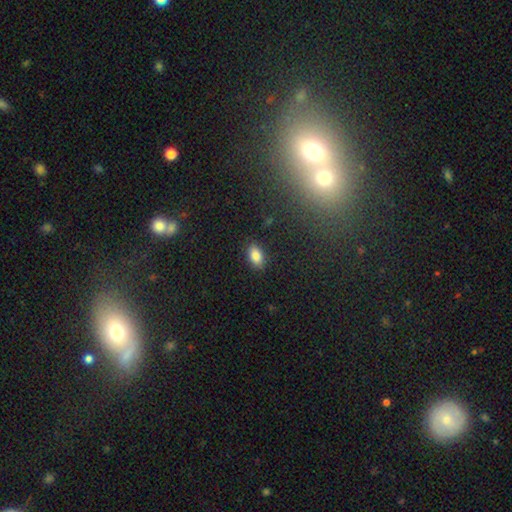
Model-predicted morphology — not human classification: This is clearly a smooth galaxy (85%). How rounded: clearly in between (91%). Merging: clearly none (87%).